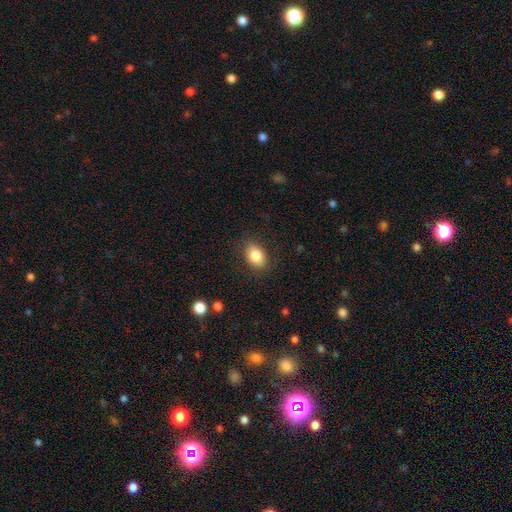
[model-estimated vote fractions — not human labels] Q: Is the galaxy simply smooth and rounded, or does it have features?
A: smooth — 84%.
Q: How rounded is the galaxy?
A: in between — 80%.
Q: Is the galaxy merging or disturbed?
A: none — 85%.